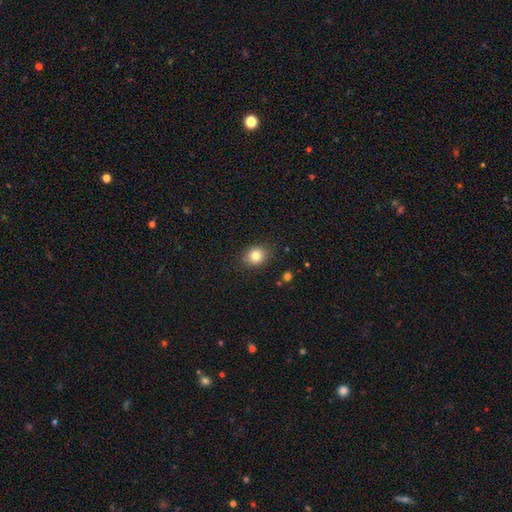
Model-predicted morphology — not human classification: Smooth or featured? Predicted: smooth (p=0.81). How rounded? Predicted: round (p=0.68). Merging? Predicted: none (p=0.86).